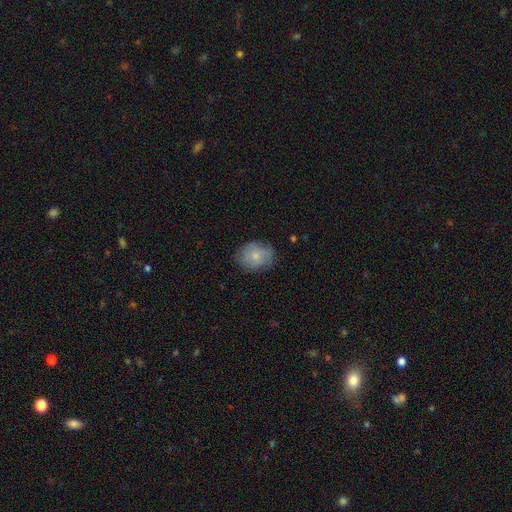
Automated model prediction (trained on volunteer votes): Smooth or featured? Predicted: smooth (p=0.69). How rounded? Predicted: in between (p=0.54). Merging? Predicted: none (p=0.75).